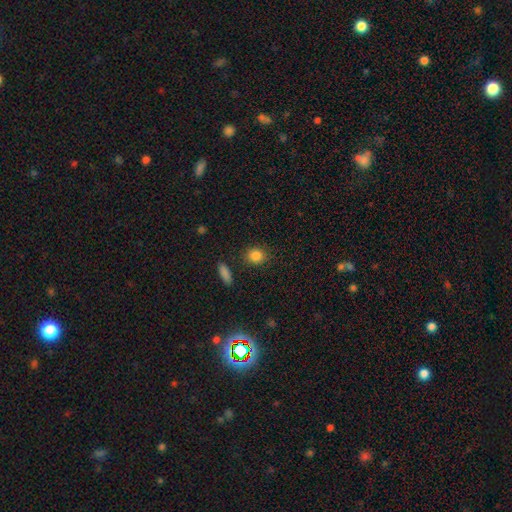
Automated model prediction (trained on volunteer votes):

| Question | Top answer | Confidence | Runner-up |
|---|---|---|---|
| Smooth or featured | smooth | 85% | star or artifact (10%) |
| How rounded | round | 75% | in between (23%) |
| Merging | none | 87% | minor disturbance (8%) |